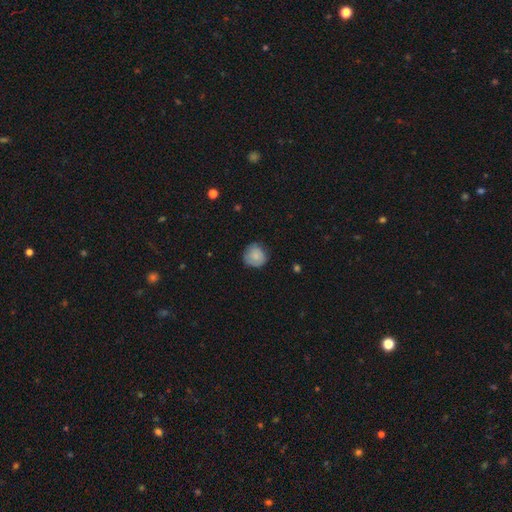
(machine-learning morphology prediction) Q: Smooth or featured?
A: smooth (79%); runner-up: featured or disk (13%)
Q: How rounded?
A: round (87%); runner-up: in between (12%)
Q: Merging?
A: none (71%); runner-up: minor disturbance (24%)